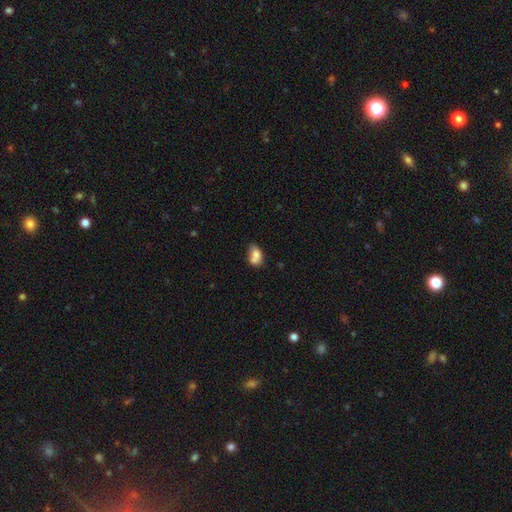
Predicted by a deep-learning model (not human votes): This is likely a smooth galaxy (74%). How rounded: likely in between (80%). Merging: marginally merger (42%).